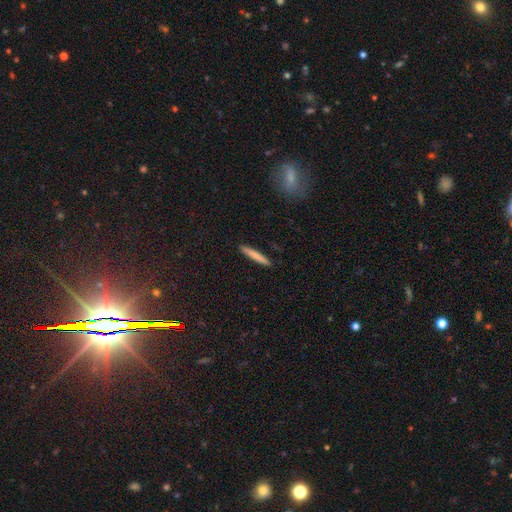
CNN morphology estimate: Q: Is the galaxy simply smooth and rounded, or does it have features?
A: smooth — 76%.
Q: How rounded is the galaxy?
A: cigar-shaped — 96%.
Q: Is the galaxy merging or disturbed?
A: none — 92%.